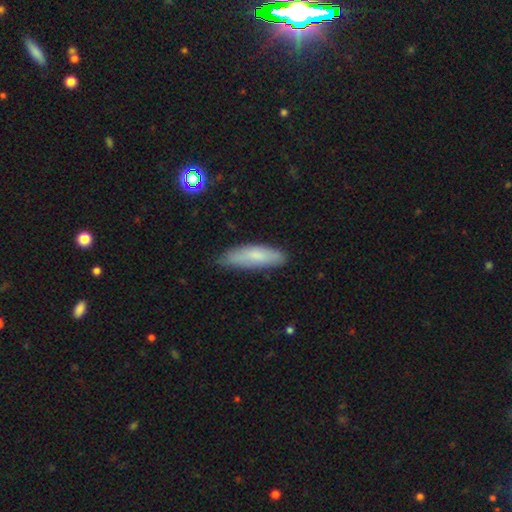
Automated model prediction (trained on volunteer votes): A smooth galaxy with no disk features (76%) that is cigar-shaped (53%).

Vote fractions:
- Smooth or featured? smooth: 76% / featured or disk: 17% / star or artifact: 7%
- How rounded? cigar-shaped: 53% / in between: 45% / round: 2%
- Merging? none: 76% / minor disturbance: 19% / major disturbance: 3% / merger: 1%